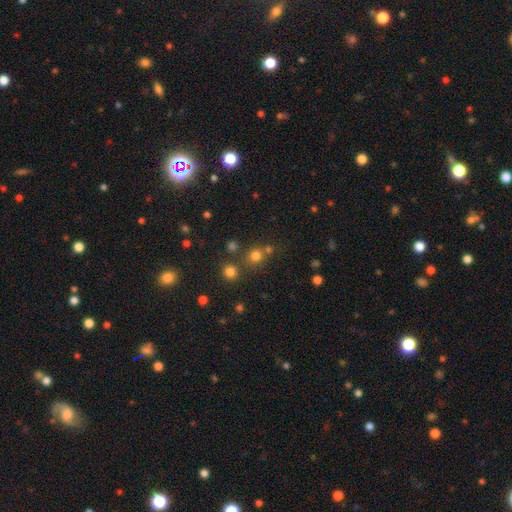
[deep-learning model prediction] Q: Smooth or featured?
A: smooth (73%); runner-up: star or artifact (21%)
Q: How rounded?
A: round (87%); runner-up: in between (12%)
Q: Merging?
A: none (69%); runner-up: merger (18%)